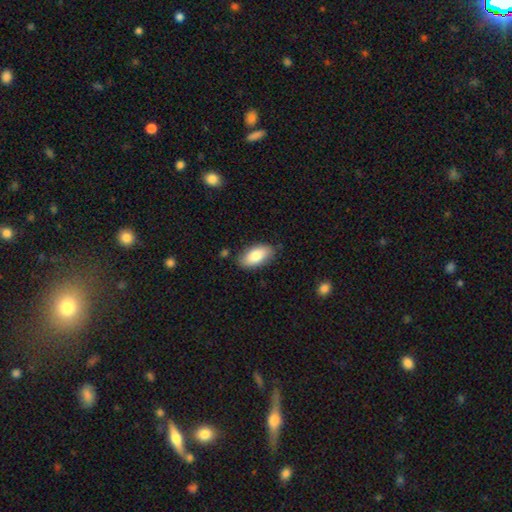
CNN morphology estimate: smooth 82%, featured or disk 12%, star or artifact 6%. Down the decision tree: how rounded — in between (92%); merging — none (81%).